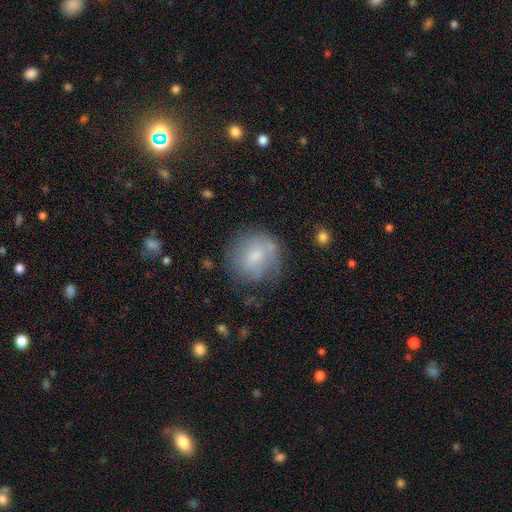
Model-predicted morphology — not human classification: This is possibly a smooth galaxy (54%). How rounded: likely round (79%). Merging: likely none (61%).